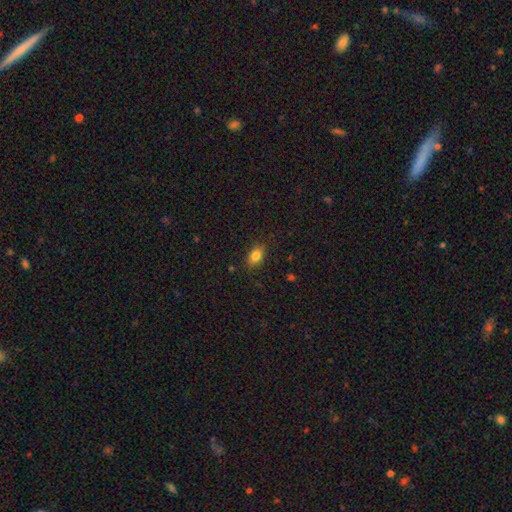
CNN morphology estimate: Smooth or featured: smooth — 84% (star or artifact — 10%)
How rounded: in between — 83% (round — 15%)
Merging: none — 86% (minor disturbance — 10%)